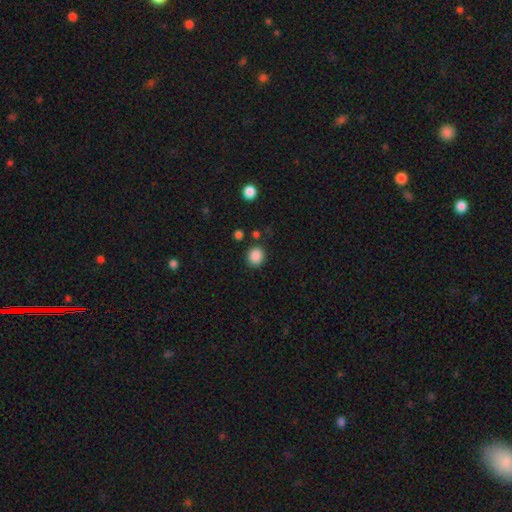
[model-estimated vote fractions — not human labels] Q: Smooth or featured?
A: smooth (87%); runner-up: star or artifact (10%)
Q: How rounded?
A: round (81%); runner-up: in between (18%)
Q: Merging?
A: none (84%); runner-up: minor disturbance (10%)